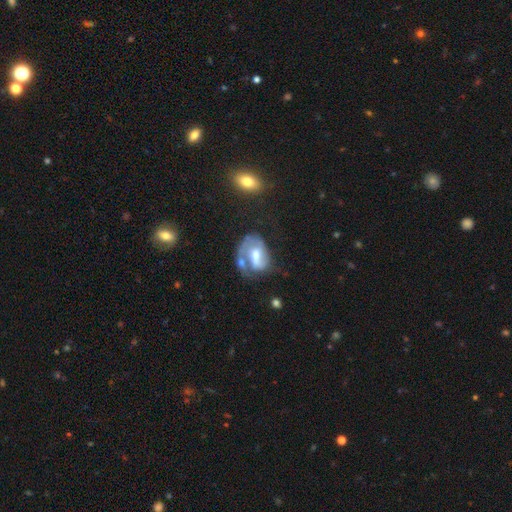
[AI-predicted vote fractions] A featured or disk galaxy (69%) with a weak bar (47%), 2 (41%) medium (42%) spiral arms (79%) and a moderate central bulge (59%). Merging: none (34%).